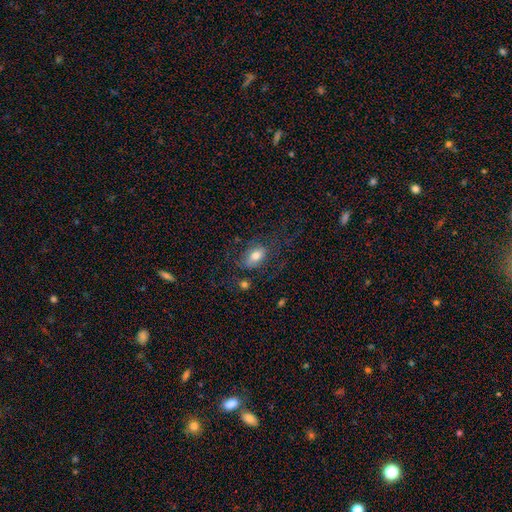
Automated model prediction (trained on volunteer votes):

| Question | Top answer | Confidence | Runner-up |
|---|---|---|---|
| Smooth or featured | smooth | 70% | featured or disk (21%) |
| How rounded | in between | 86% | round (11%) |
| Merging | none | 55% | minor disturbance (21%) |